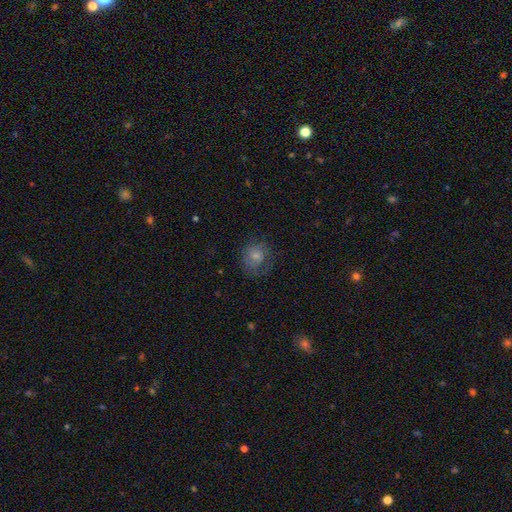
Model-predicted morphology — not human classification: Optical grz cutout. It shows a smooth galaxy with no disk features (52%) that is round (73%). Merging: none (67%).